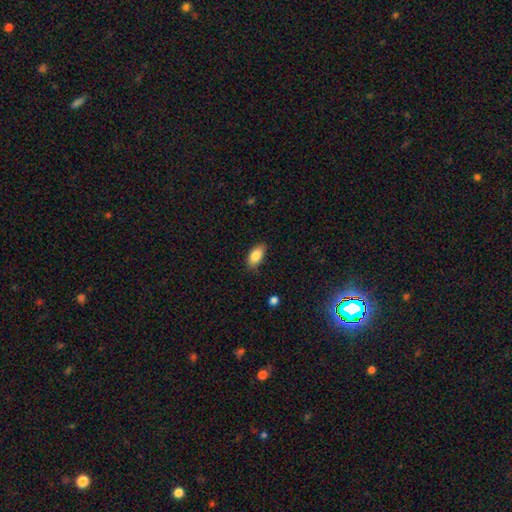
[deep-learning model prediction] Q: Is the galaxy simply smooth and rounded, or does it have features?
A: smooth — 85%.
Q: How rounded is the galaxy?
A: in between — 91%.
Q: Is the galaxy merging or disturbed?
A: none — 79%.